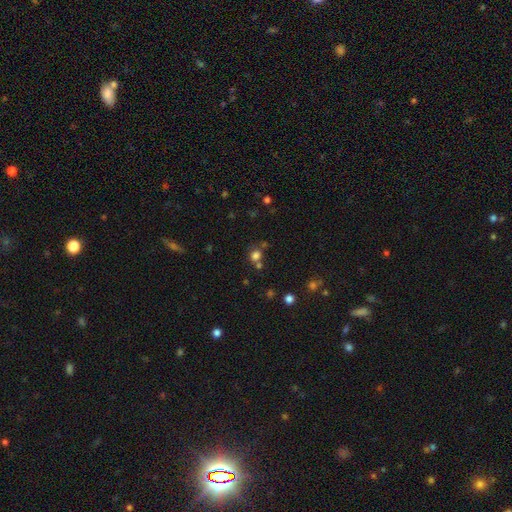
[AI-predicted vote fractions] This is likely a smooth galaxy (73%). How rounded: likely round (78%). Merging: likely none (61%).